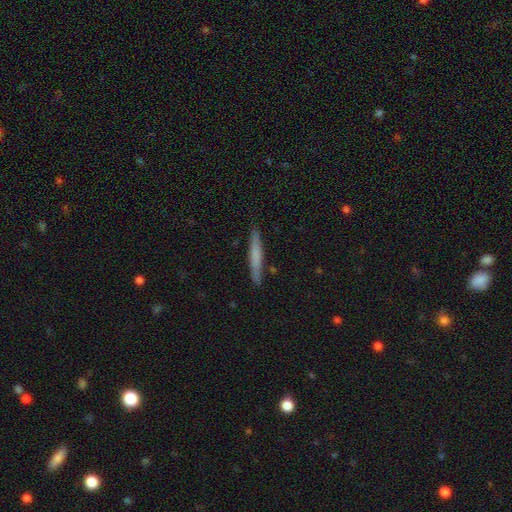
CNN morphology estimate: Smooth or featured: smooth — 61% (featured or disk — 33%)
How rounded: cigar-shaped — 96% (in between — 3%)
Merging: none — 88% (minor disturbance — 9%)